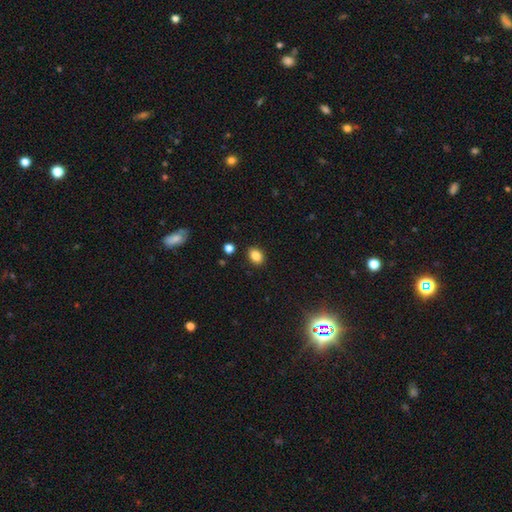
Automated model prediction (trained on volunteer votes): smooth 85%, star or artifact 10%, featured or disk 5%. Down the decision tree: how rounded — in between (68%); merging — none (88%).